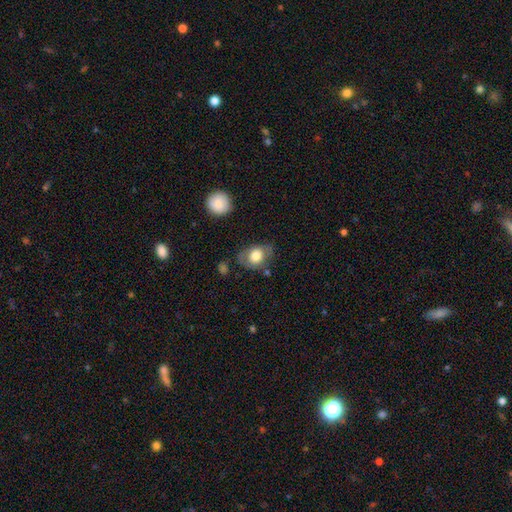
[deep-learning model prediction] A smooth galaxy with no disk features (66%) that is in between round and cigar-shaped (68%). Merging: none (61%).